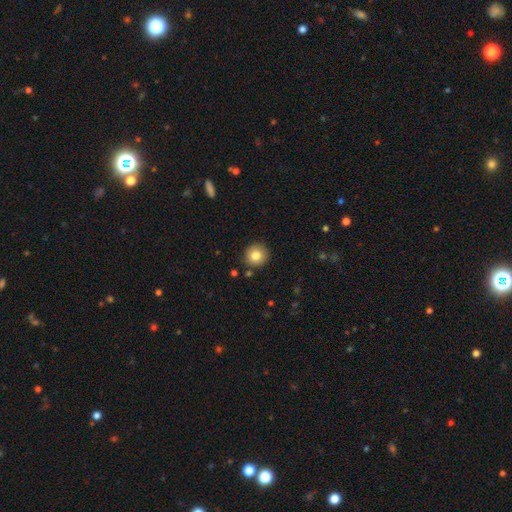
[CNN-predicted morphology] smooth_or_featured: smooth (p=0.81) [alt: featured or disk p=0.10]
how_rounded: round (p=0.90) [alt: in between p=0.09]
merging: none (p=0.88) [alt: minor disturbance p=0.08]